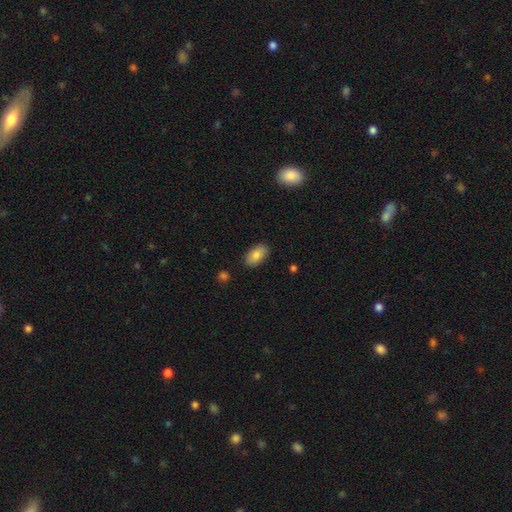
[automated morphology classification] Smooth or featured?
  - smooth: 85% *
  - featured or disk: 8%
  - star or artifact: 7%
How rounded?
  - in between: 94% *
  - round: 4%
  - cigar-shaped: 3%
Merging?
  - none: 87% *
  - minor disturbance: 10%
  - major disturbance: 2%
  - merger: 1%